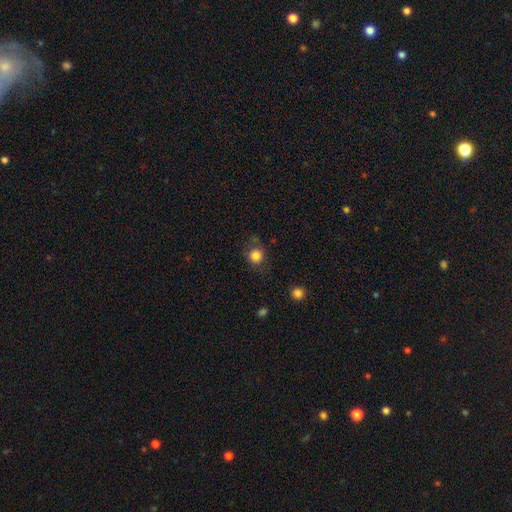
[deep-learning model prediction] Smooth or featured: smooth — 84% (star or artifact — 11%)
How rounded: round — 90% (in between — 9%)
Merging: none — 74% (minor disturbance — 17%)